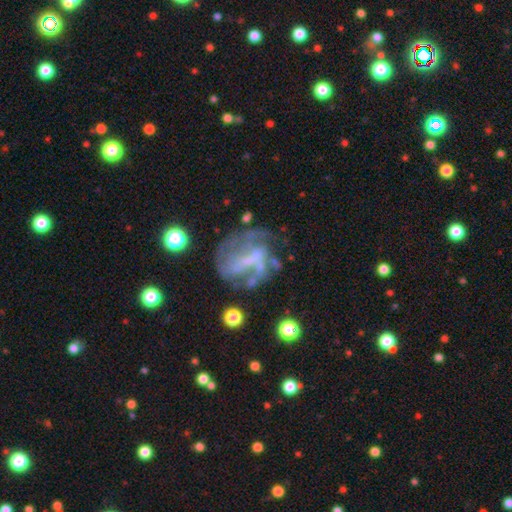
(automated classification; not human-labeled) This is likely a featured or disk galaxy (73%). It is clearly not viewed edge-on (97%). Bar: marginally weak (38%). Spiral arm pattern: likely yes (68%). Central bulge: possibly none (53%). Merging: marginally none (43%).